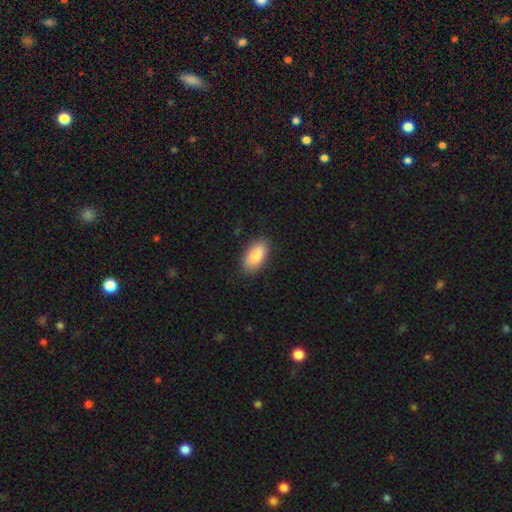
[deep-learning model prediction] Overall: smooth (85%). How rounded: in between (93%). Merging: none (86%).